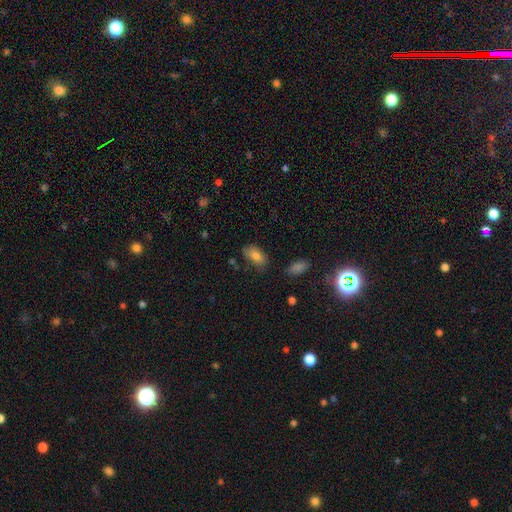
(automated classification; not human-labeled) Overall: smooth (81%). How rounded: in between (92%). Merging: none (70%).